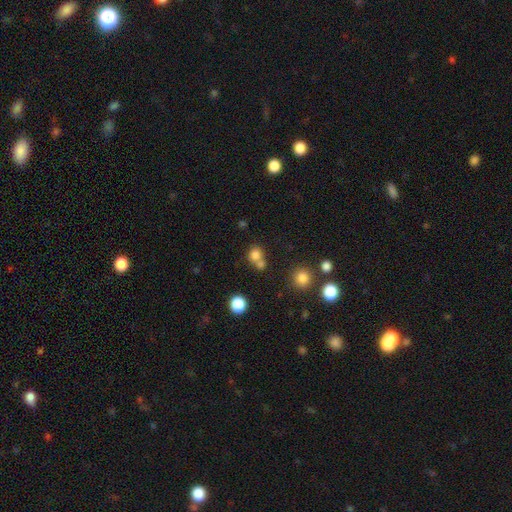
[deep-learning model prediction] Overall: smooth (78%). How rounded: round (79%). Merging: none (46%; merger 43%).